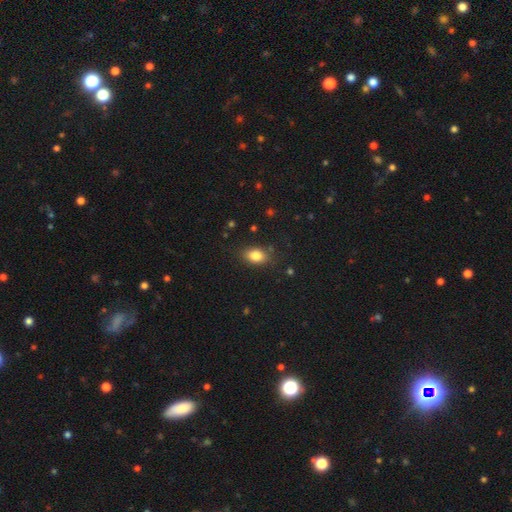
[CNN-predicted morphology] Q: Smooth or featured?
A: smooth (83%); runner-up: star or artifact (9%)
Q: How rounded?
A: in between (83%); runner-up: round (15%)
Q: Merging?
A: none (81%); runner-up: minor disturbance (13%)